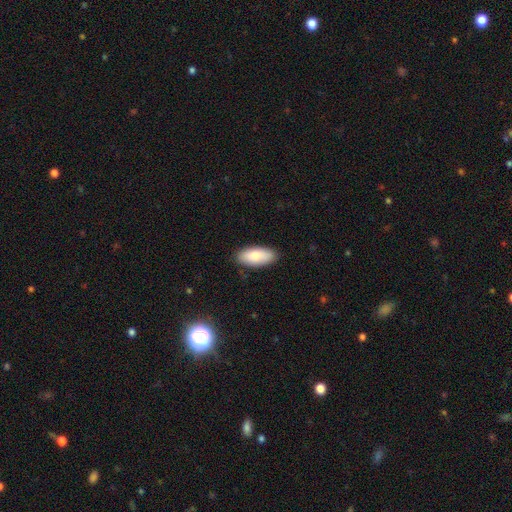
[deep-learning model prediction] The model was most divided on "smooth or featured": smooth: 84%, featured or disk: 10%, star or artifact: 6%. More confident: how rounded — in between (88%); merging — none (87%).